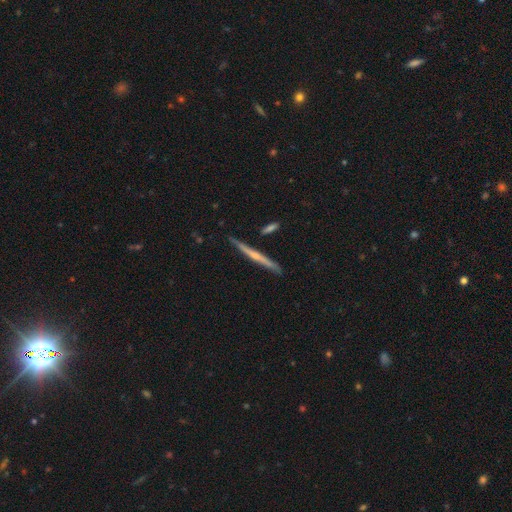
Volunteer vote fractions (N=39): Overall: featured or disk (74%). Edge-on disk: yes (100%). Edge-on bulge: rounded (48%; none 45%). Merging: none (84%).